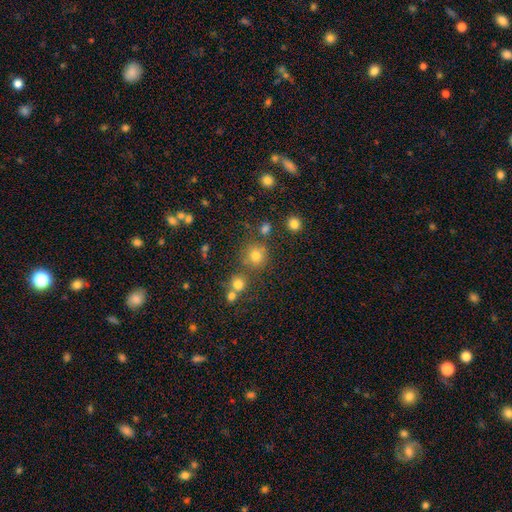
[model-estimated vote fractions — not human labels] Q: Smooth or featured?
A: smooth (73%); runner-up: star or artifact (19%)
Q: How rounded?
A: round (90%); runner-up: in between (9%)
Q: Merging?
A: none (73%); runner-up: merger (13%)